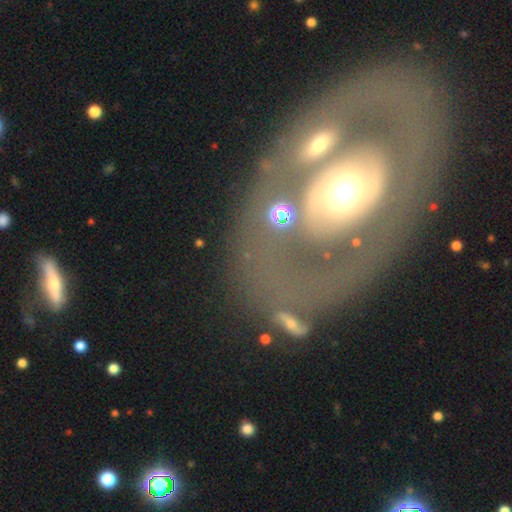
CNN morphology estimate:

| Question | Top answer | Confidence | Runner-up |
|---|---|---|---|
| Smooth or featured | featured or disk | 69% | smooth (24%) |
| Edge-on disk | no | 92% | yes (8%) |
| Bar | no | 80% | weak (12%) |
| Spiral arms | no | 74% | yes (26%) |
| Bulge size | moderate | 58% | large (26%) |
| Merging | none | 75% | minor disturbance (12%) |